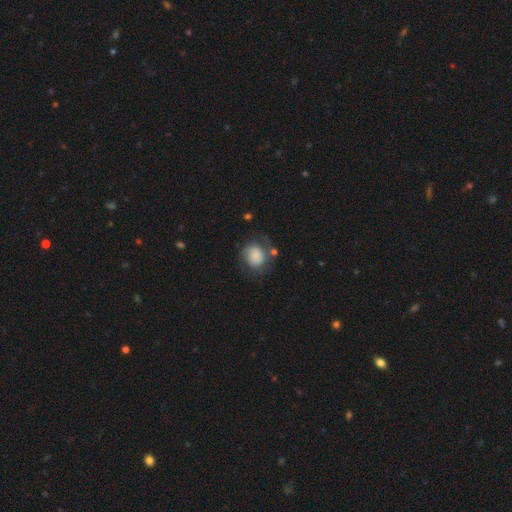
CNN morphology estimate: Q: Smooth or featured?
A: smooth (68%); runner-up: featured or disk (23%)
Q: How rounded?
A: round (71%); runner-up: in between (28%)
Q: Merging?
A: none (53%); runner-up: minor disturbance (24%)